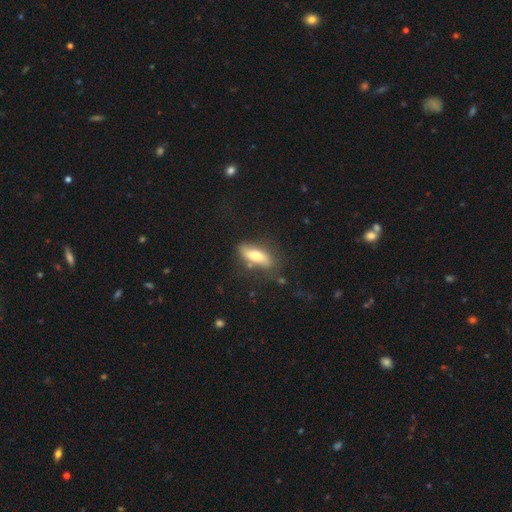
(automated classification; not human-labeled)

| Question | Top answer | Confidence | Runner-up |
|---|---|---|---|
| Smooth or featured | smooth | 60% | featured or disk (33%) |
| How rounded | in between | 64% | cigar-shaped (33%) |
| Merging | none | 70% | minor disturbance (20%) |